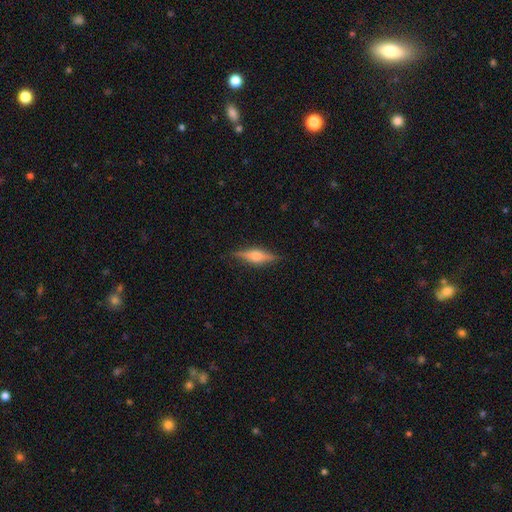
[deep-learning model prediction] featured or disk 61%, smooth 32%, star or artifact 7%. Down the decision tree: edge-on disk — yes (96%); edge-on bulge — rounded (87%); merging — none (86%).